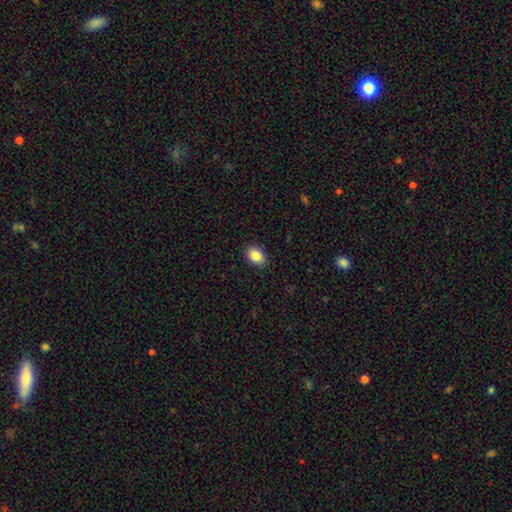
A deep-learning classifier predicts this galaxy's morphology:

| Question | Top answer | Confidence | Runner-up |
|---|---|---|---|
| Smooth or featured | smooth | 87% | star or artifact (8%) |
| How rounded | in between | 79% | round (20%) |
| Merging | none | 89% | minor disturbance (8%) |